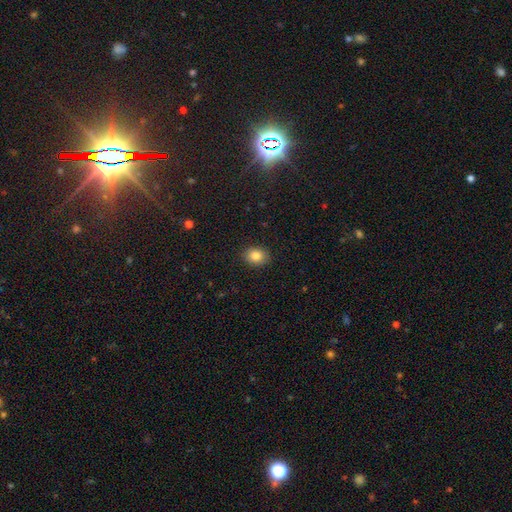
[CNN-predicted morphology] type=smooth (84%); roundness=in between (52%); merging=none (89%).